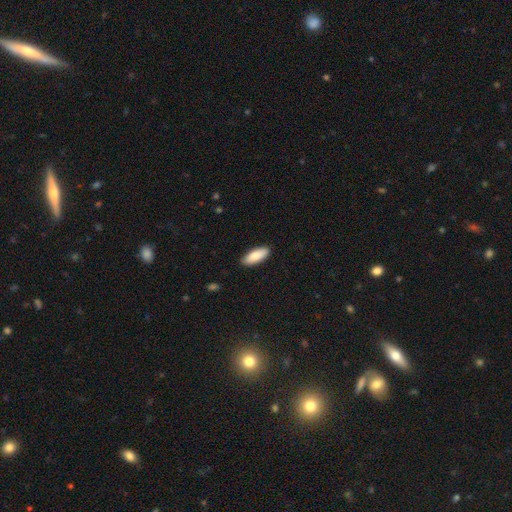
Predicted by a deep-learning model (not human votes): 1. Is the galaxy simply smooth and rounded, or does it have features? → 84% smooth, 10% featured or disk, 5% star or artifact.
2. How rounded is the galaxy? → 77% in between, 22% cigar-shaped, 2% round.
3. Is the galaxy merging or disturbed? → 89% none, 9% minor disturbance, 2% major disturbance, 1% merger.